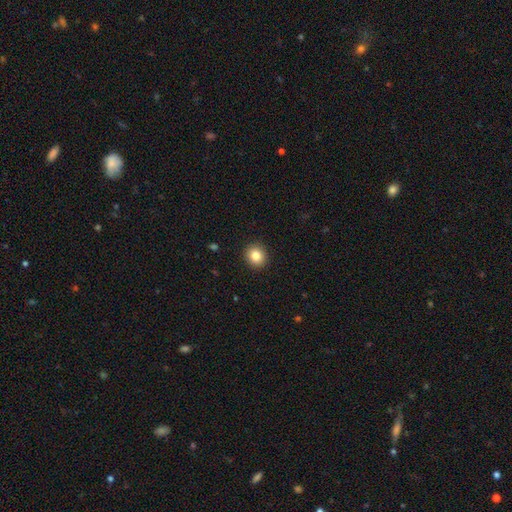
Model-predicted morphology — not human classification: type=smooth (84%); roundness=round (85%); merging=none (92%).